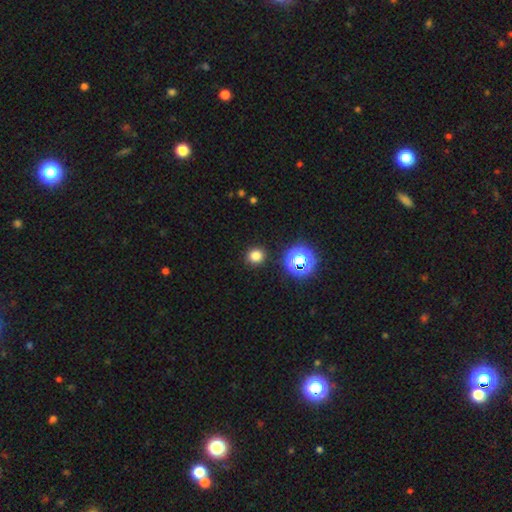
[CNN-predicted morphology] Overall: smooth (78%). How rounded: round (87%). Merging: none (90%).